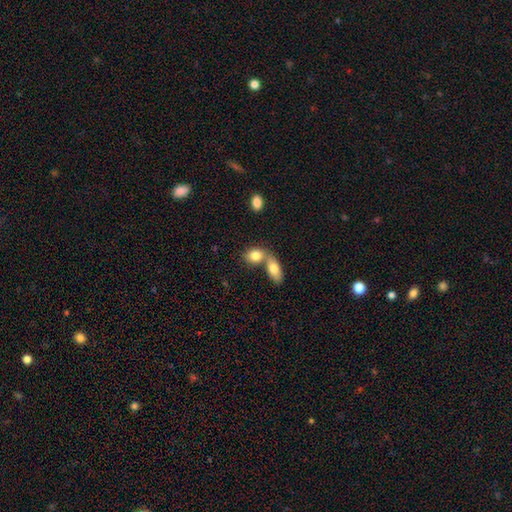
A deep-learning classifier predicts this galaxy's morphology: type=smooth (82%); roundness=in between (72%); merging=merger (62%).